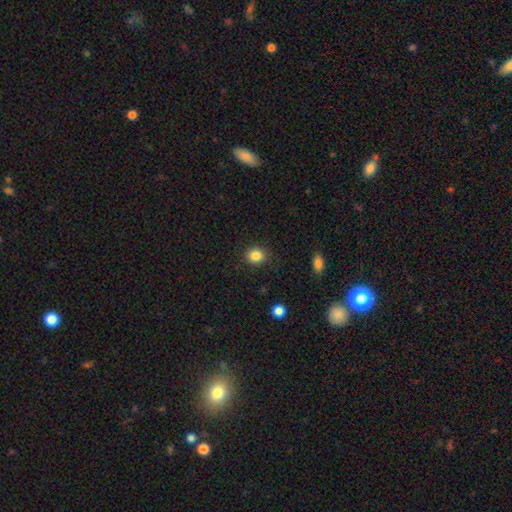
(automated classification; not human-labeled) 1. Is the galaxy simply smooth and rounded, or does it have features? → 85% smooth, 10% star or artifact, 5% featured or disk.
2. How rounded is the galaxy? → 69% round, 31% in between, 1% cigar-shaped.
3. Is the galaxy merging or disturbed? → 89% none, 8% minor disturbance, 2% major disturbance, 1% merger.